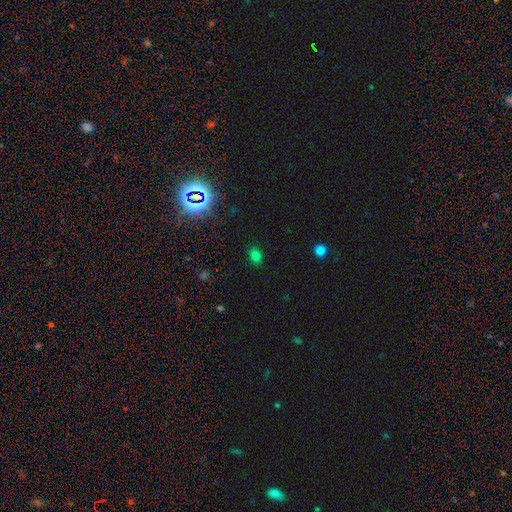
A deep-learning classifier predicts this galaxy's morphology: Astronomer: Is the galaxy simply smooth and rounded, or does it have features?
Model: smooth — 71%.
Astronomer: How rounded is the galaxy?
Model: in between — 64%.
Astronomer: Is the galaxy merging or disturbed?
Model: none — 85%.